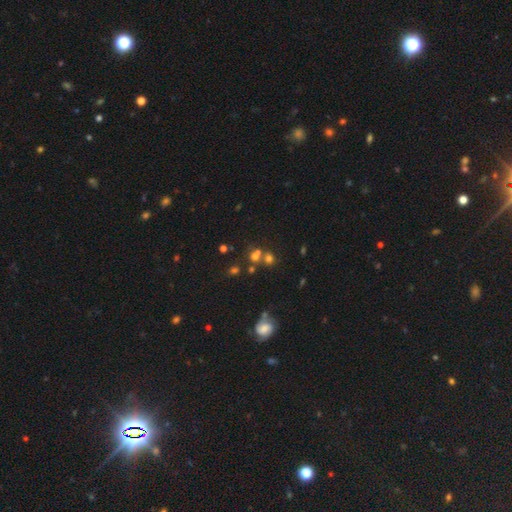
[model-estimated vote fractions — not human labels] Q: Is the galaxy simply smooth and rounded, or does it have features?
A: smooth — 54%.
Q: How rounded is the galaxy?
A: round — 77%.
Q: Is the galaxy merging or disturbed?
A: none — 48%.